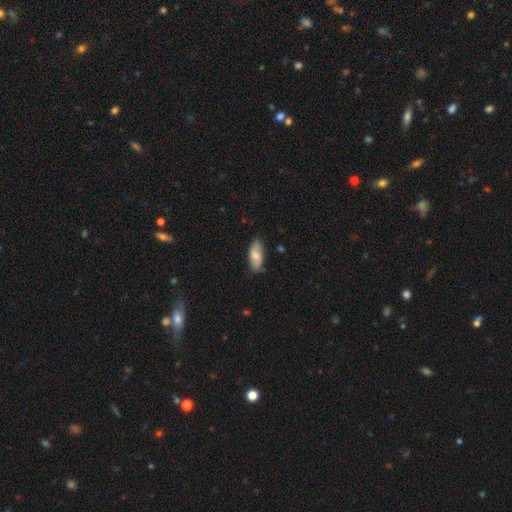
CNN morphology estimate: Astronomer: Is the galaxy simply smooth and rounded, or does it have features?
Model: smooth — 74%.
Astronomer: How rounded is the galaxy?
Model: in between — 86%.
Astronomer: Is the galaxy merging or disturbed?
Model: none — 77%.